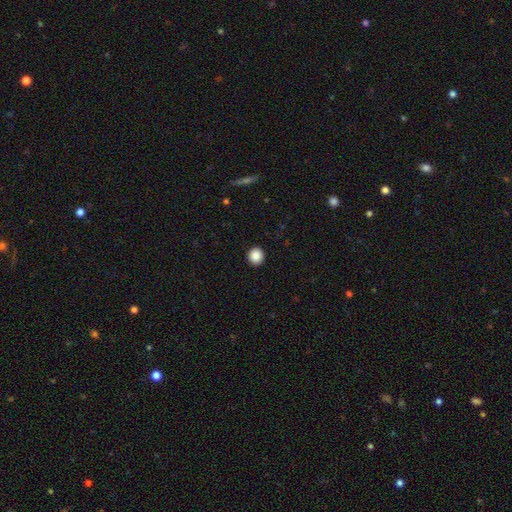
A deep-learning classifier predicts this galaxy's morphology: smooth 88%, star or artifact 9%, featured or disk 3%. Down the decision tree: how rounded — round (90%); merging — none (93%).